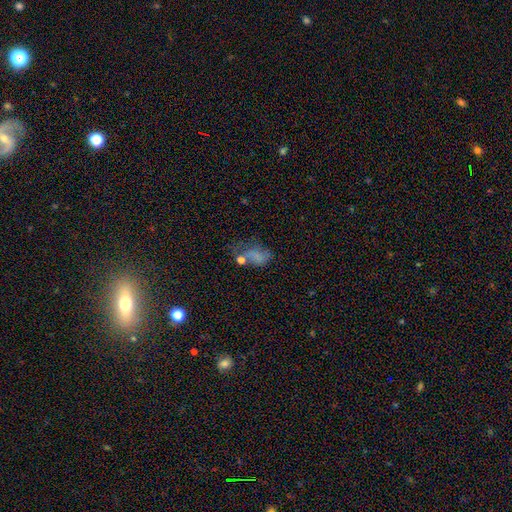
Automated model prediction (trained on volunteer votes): This is possibly a smooth galaxy (60%). How rounded: clearly in between (82%). Merging: marginally major disturbance (33%).